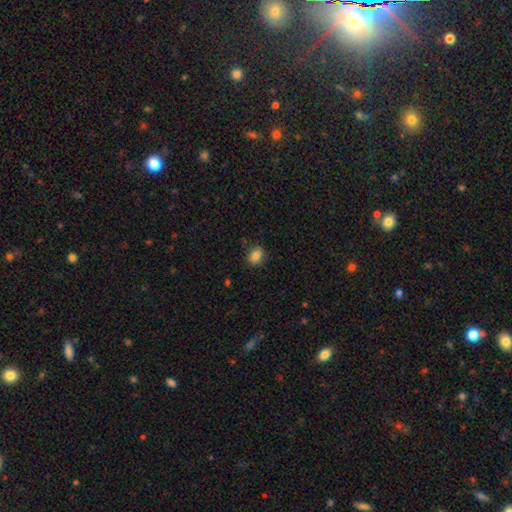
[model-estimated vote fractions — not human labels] smooth_or_featured: smooth (p=0.84) [alt: star or artifact p=0.10]
how_rounded: in between (p=0.55) [alt: round p=0.44]
merging: none (p=0.84) [alt: minor disturbance p=0.12]